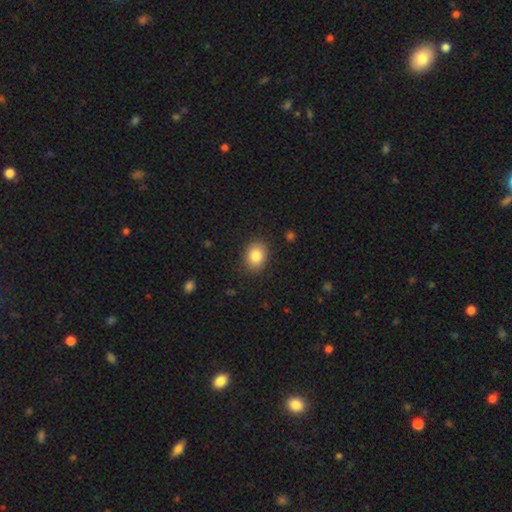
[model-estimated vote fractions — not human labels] Overall: smooth (84%). How rounded: in between (59%; round 40%). Merging: none (87%).